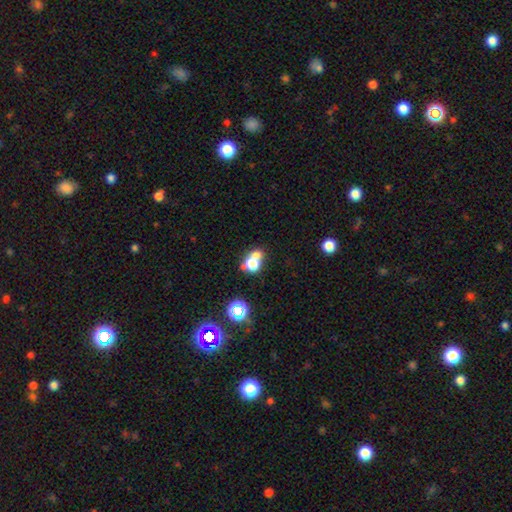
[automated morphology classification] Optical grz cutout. It shows a smooth galaxy with no disk features (66%) that is round (63%). Merging: merger (54%).